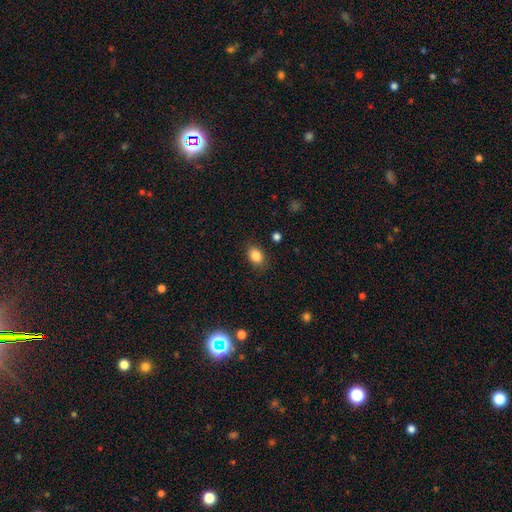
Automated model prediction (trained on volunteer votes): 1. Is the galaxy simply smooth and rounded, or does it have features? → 85% smooth, 10% star or artifact, 5% featured or disk.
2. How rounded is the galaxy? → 69% in between, 30% round, 1% cigar-shaped.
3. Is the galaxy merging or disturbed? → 84% none, 11% minor disturbance, 3% major disturbance, 2% merger.